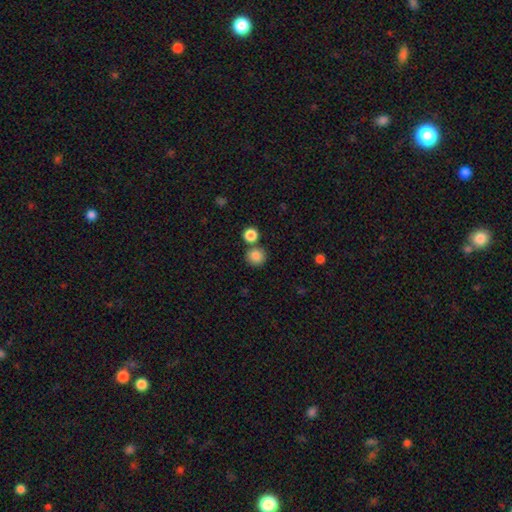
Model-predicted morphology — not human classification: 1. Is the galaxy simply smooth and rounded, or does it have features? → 85% smooth, 10% star or artifact, 5% featured or disk.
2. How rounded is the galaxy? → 91% round, 8% in between, 1% cigar-shaped.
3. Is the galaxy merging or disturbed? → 74% none, 17% merger, 7% minor disturbance, 2% major disturbance.